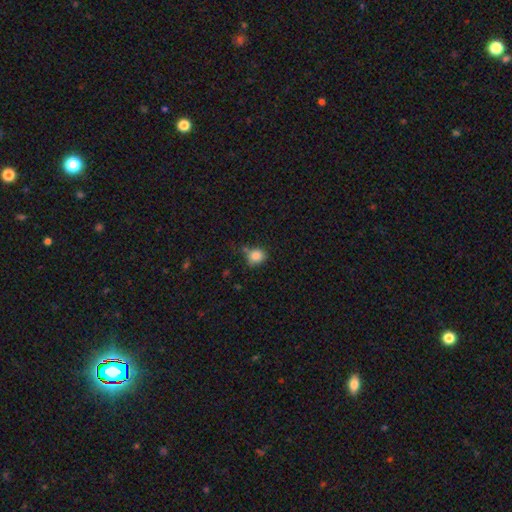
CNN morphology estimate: Smooth or featured: smooth — 84% (star or artifact — 10%)
How rounded: round — 74% (in between — 25%)
Merging: none — 60% (minor disturbance — 24%)